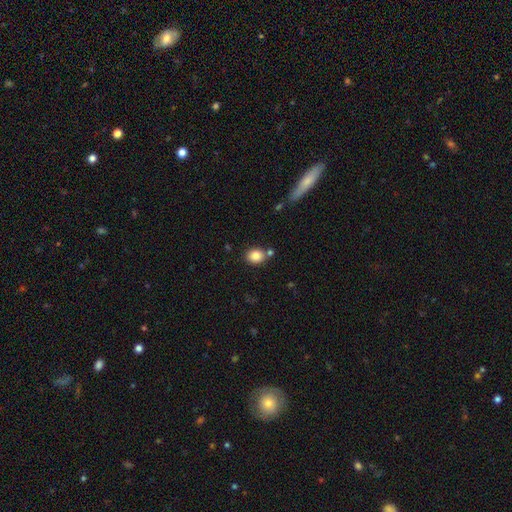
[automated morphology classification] Smooth or featured: smooth — 85% (star or artifact — 9%)
How rounded: round — 56% (in between — 43%)
Merging: none — 73% (merger — 12%)